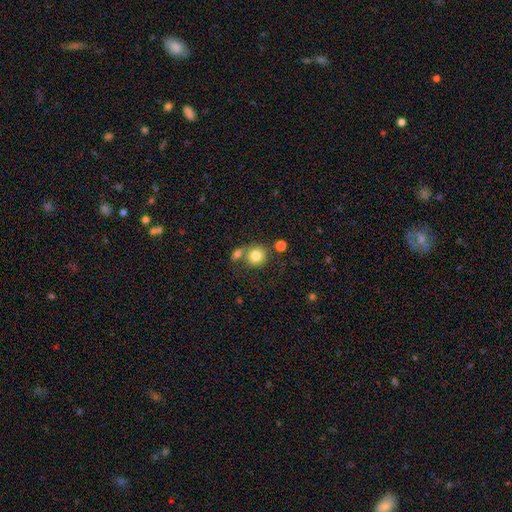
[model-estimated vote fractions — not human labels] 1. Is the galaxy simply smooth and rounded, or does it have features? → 81% smooth, 10% star or artifact, 9% featured or disk.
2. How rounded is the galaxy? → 87% round, 12% in between, 1% cigar-shaped.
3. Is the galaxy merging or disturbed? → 58% none, 27% merger, 11% minor disturbance, 4% major disturbance.